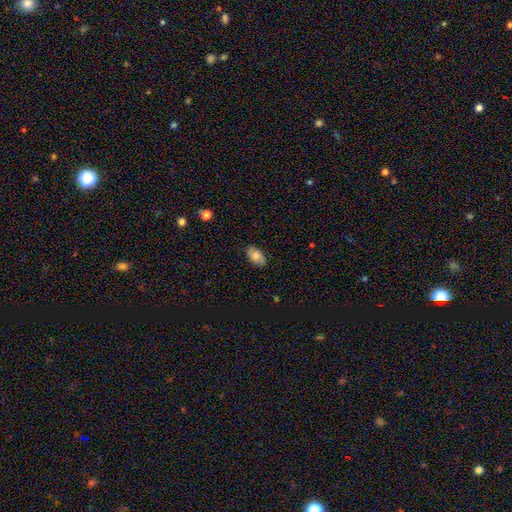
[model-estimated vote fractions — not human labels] This appears to be a smooth galaxy with no disk features (79%) that is in between round and cigar-shaped (92%). Merging: none (84%).